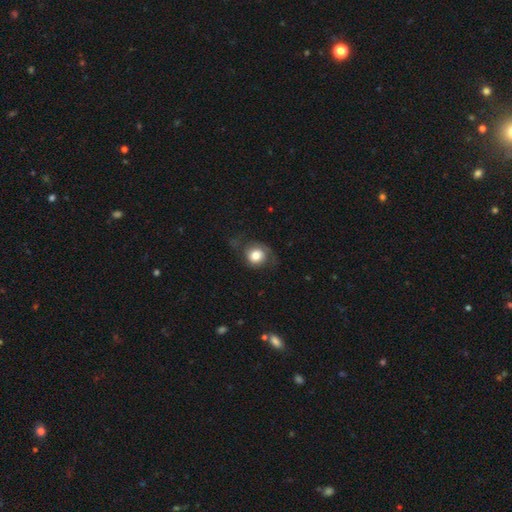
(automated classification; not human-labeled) Smooth or featured: smooth — 71% (featured or disk — 21%)
How rounded: round — 79% (in between — 20%)
Merging: none — 56% (minor disturbance — 24%)